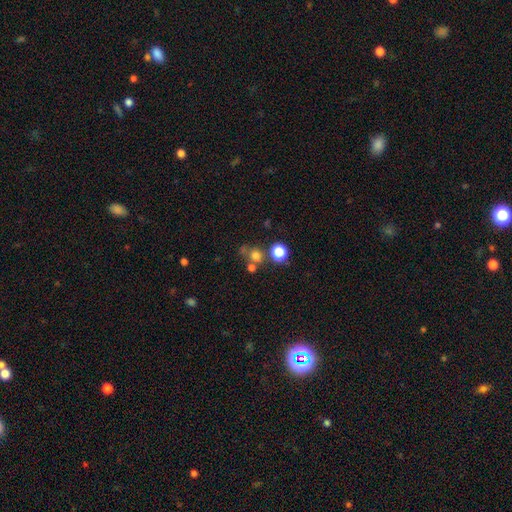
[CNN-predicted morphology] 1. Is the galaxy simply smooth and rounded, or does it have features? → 69% smooth, 21% star or artifact, 10% featured or disk.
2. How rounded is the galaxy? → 85% round, 14% in between, 1% cigar-shaped.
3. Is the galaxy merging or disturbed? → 59% none, 26% merger, 9% minor disturbance, 6% major disturbance.